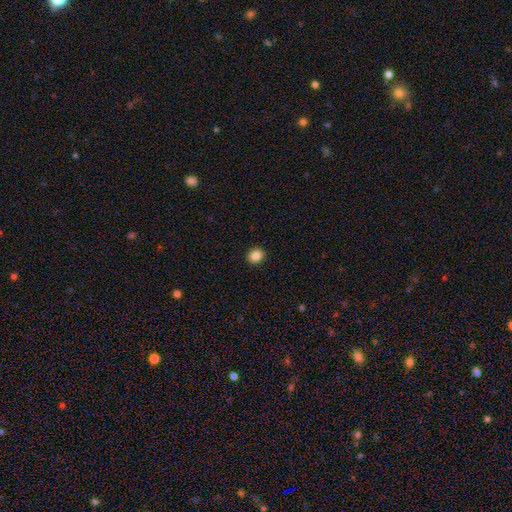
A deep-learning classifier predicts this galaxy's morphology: smooth 86%, star or artifact 10%, featured or disk 4%. Down the decision tree: how rounded — round (80%); merging — none (92%).